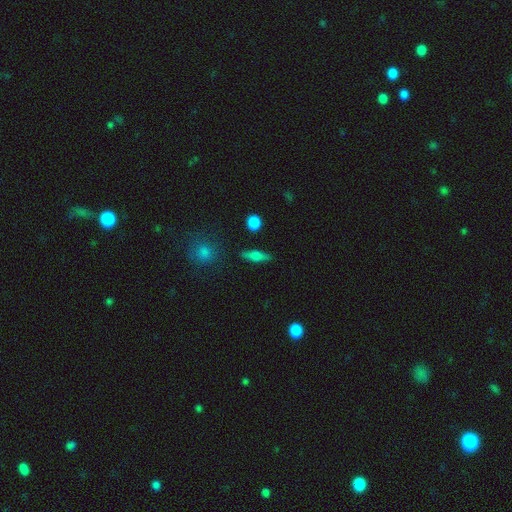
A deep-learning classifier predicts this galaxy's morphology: Smooth or featured? Predicted: smooth (p=0.60). How rounded? Predicted: cigar-shaped (p=0.50). Merging? Predicted: none (p=0.85).